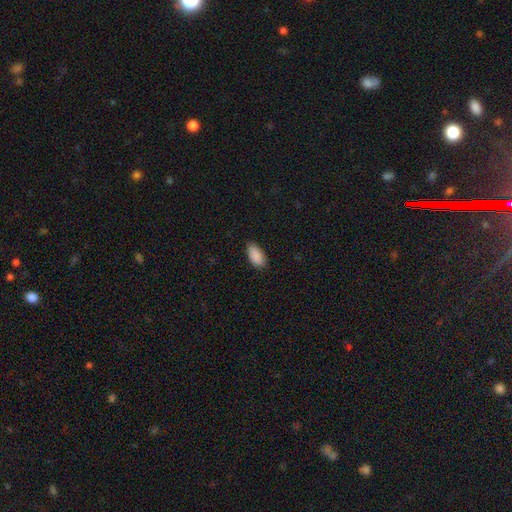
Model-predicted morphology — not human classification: A smooth galaxy with no disk features (90%) that is in between round and cigar-shaped (93%).

Vote fractions:
- Smooth or featured? smooth: 90% / star or artifact: 6% / featured or disk: 4%
- How rounded? in between: 93% / cigar-shaped: 5% / round: 2%
- Merging? none: 84% / minor disturbance: 13% / major disturbance: 2% / merger: 1%